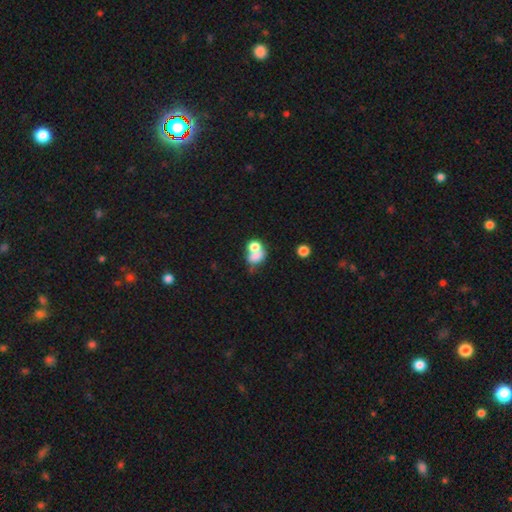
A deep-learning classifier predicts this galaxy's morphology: This appears to be a smooth galaxy with no disk features (69%) that is in between round and cigar-shaped (57%). Merging: merger (57%).